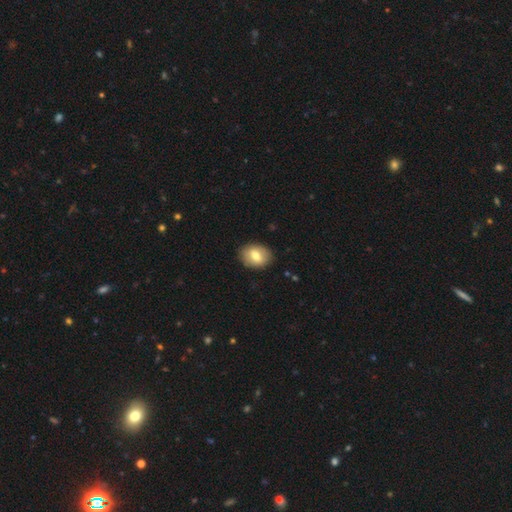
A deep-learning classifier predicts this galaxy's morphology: Q: Smooth or featured?
A: smooth (70%); runner-up: featured or disk (23%)
Q: How rounded?
A: in between (64%); runner-up: round (35%)
Q: Merging?
A: none (86%); runner-up: minor disturbance (10%)